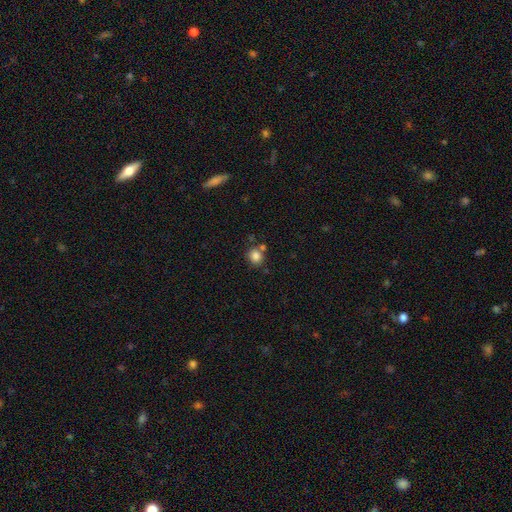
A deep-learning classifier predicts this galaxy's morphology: This appears to be a smooth galaxy with no disk features (83%) that is round (85%). Merging: none (69%).